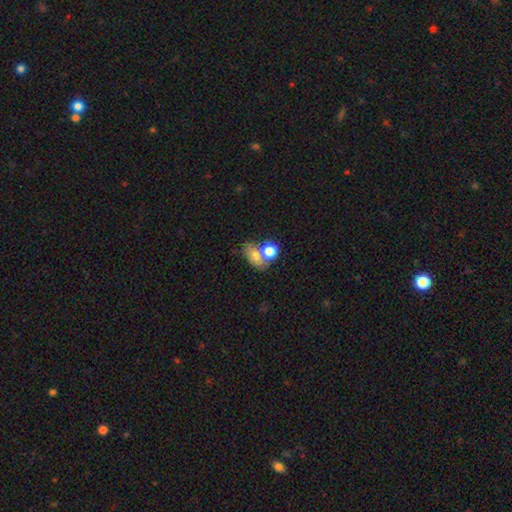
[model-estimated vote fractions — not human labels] Morphology: type=smooth (71%); roundness=in between (74%); merging=merger (42%).